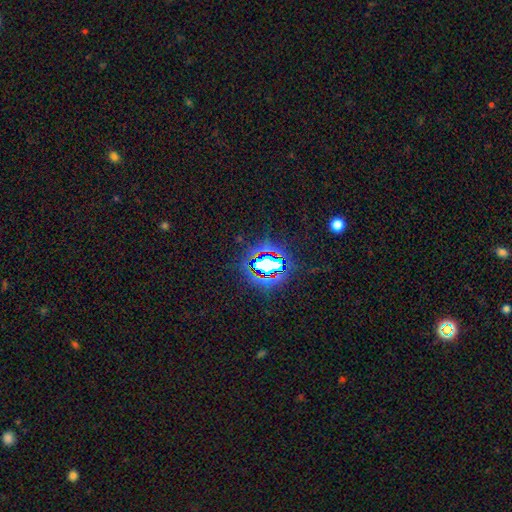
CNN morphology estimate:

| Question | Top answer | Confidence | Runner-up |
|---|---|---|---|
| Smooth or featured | star or artifact | 74% | smooth (16%) |